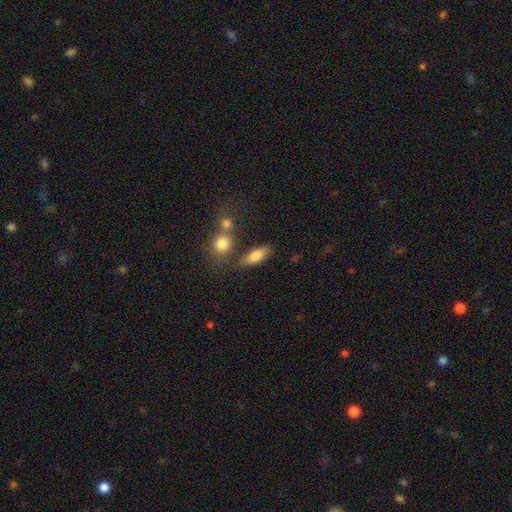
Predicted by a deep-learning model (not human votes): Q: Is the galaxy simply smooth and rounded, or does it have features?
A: smooth — 80%.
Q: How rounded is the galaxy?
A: in between — 75%.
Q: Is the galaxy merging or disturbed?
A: none — 64%.